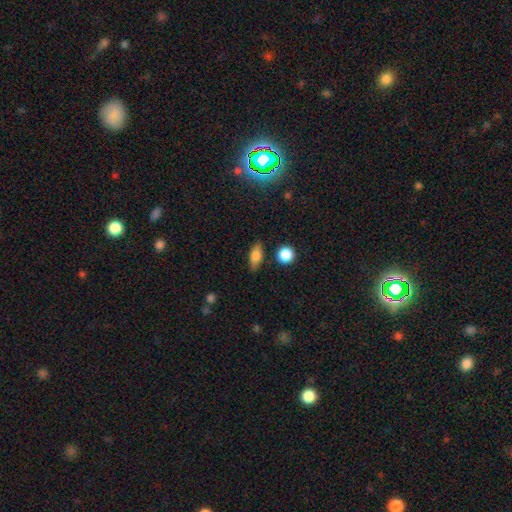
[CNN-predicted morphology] smooth-or-featured: smooth: 73% | featured or disk: 18% | star or artifact: 9%
  how-rounded: in between: 72% | cigar-shaped: 19% | round: 10%
  merging: none: 80% | minor disturbance: 13% | major disturbance: 3% | merger: 3%